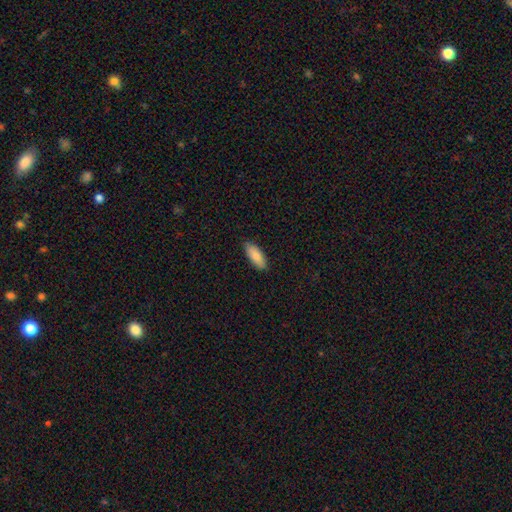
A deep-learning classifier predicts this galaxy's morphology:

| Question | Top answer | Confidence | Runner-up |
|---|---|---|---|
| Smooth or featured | smooth | 86% | featured or disk (8%) |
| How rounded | in between | 73% | cigar-shaped (25%) |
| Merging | none | 88% | minor disturbance (9%) |